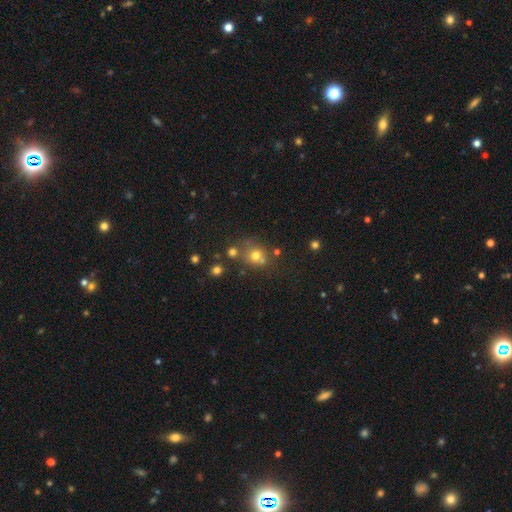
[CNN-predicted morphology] type=smooth (68%); roundness=round (81%); merging=none (59%).